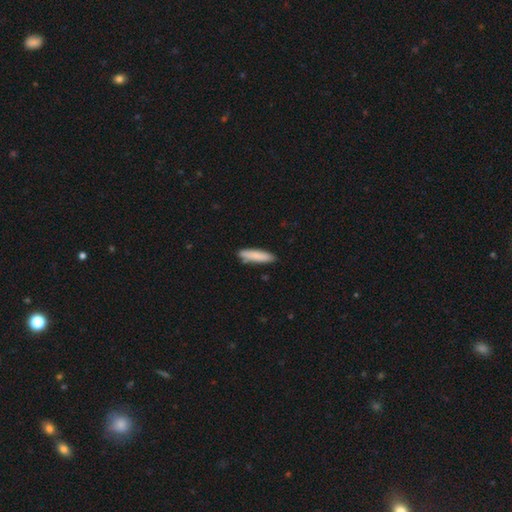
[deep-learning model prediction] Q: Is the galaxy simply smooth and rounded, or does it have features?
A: smooth — 83%.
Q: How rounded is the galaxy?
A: cigar-shaped — 78%.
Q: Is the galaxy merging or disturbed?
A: none — 83%.